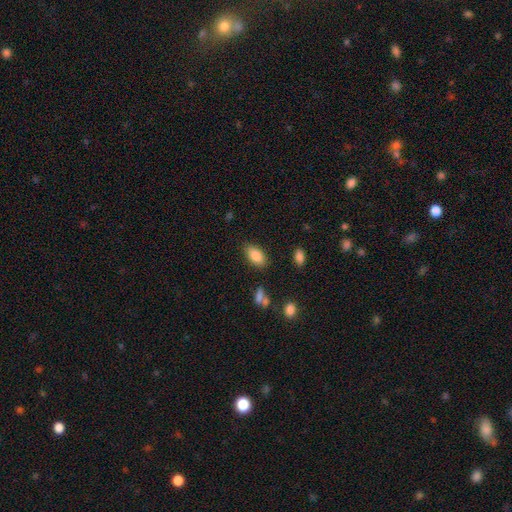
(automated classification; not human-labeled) Smooth or featured?
  - smooth: 86% *
  - star or artifact: 8%
  - featured or disk: 7%
How rounded?
  - in between: 91% *
  - cigar-shaped: 5%
  - round: 4%
Merging?
  - none: 82% *
  - minor disturbance: 12%
  - major disturbance: 3%
  - merger: 3%